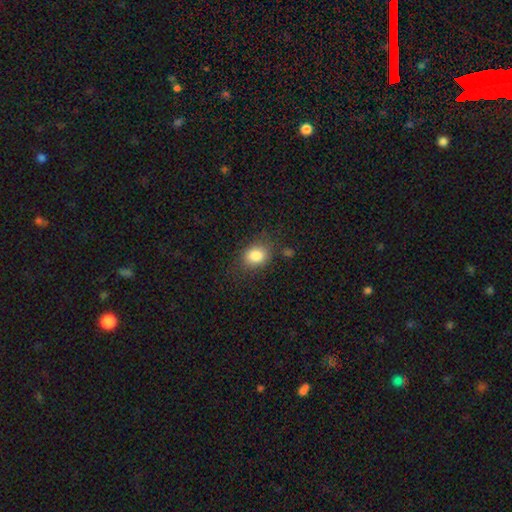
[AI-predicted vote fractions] The model was most divided on "how rounded": in between: 53%, round: 46%, cigar-shaped: 1%. More confident: smooth or featured — smooth (84%); merging — none (74%).